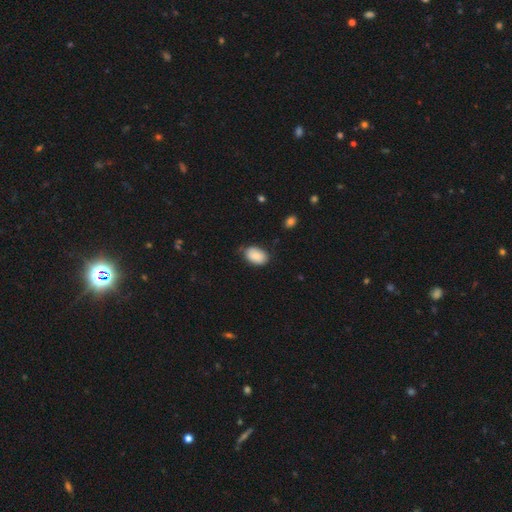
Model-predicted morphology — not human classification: smooth-or-featured: smooth: 84% | featured or disk: 9% | star or artifact: 7%
  how-rounded: in between: 88% | round: 11% | cigar-shaped: 1%
  merging: none: 71% | minor disturbance: 23% | major disturbance: 4% | merger: 2%